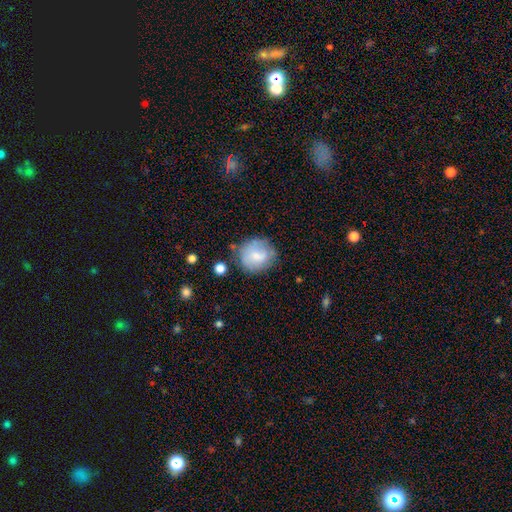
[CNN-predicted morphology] A smooth galaxy with no disk features (67%) that is round (81%).

Vote fractions:
- Smooth or featured? smooth: 67% / featured or disk: 25% / star or artifact: 8%
- How rounded? round: 81% / in between: 18% / cigar-shaped: 1%
- Merging? none: 64% / minor disturbance: 22% / major disturbance: 8% / merger: 6%